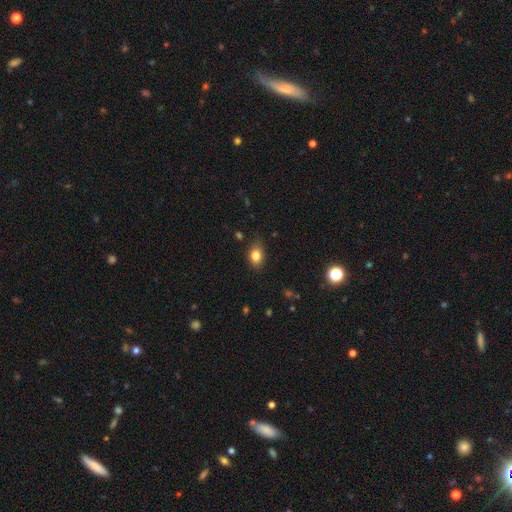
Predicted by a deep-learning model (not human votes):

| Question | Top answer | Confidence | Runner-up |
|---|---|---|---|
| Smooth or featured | smooth | 82% | star or artifact (10%) |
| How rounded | in between | 66% | round (32%) |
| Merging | none | 75% | minor disturbance (20%) |